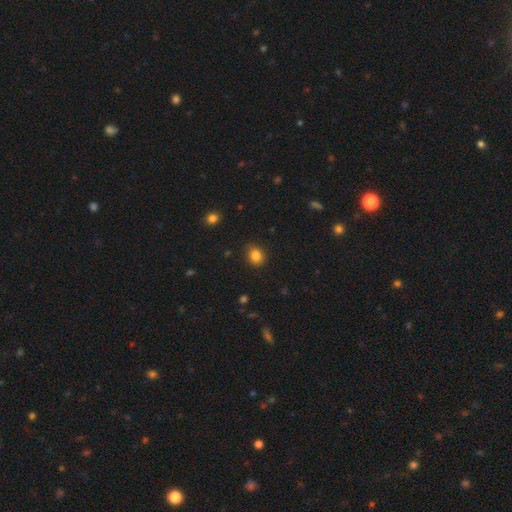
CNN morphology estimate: smooth-or-featured: smooth: 84% | star or artifact: 11% | featured or disk: 4%
  how-rounded: round: 66% | in between: 33% | cigar-shaped: 1%
  merging: none: 87% | minor disturbance: 9% | major disturbance: 2% | merger: 1%